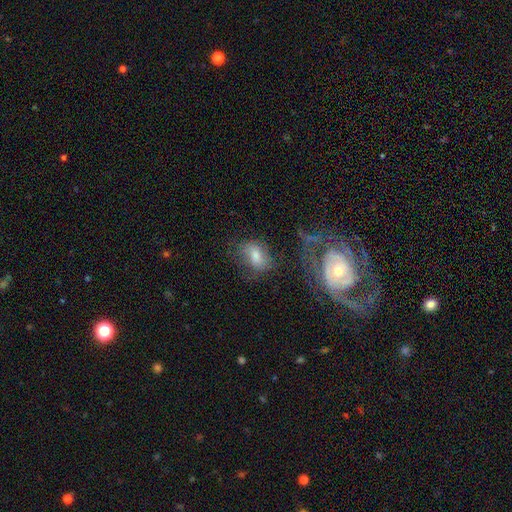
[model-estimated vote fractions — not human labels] Smooth or featured?
  - smooth: 60% *
  - featured or disk: 28%
  - star or artifact: 12%
How rounded?
  - in between: 78% *
  - round: 20%
  - cigar-shaped: 2%
Merging?
  - none: 49% *
  - minor disturbance: 22%
  - major disturbance: 20%
  - merger: 9%